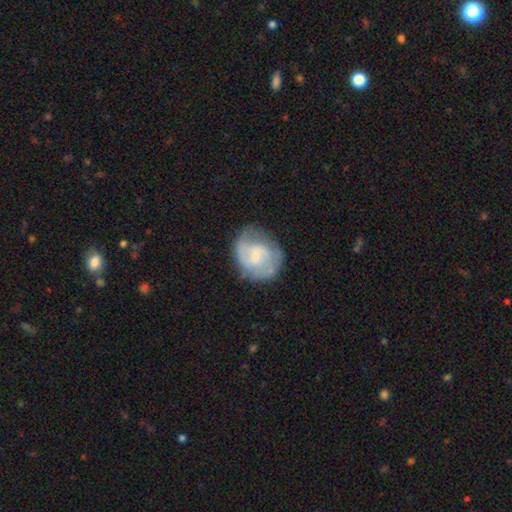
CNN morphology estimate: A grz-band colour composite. It shows a featured or disk galaxy (62%) with no bar (49%), spiral arms (81%) and a small central bulge (55%). Merging: none (61%).